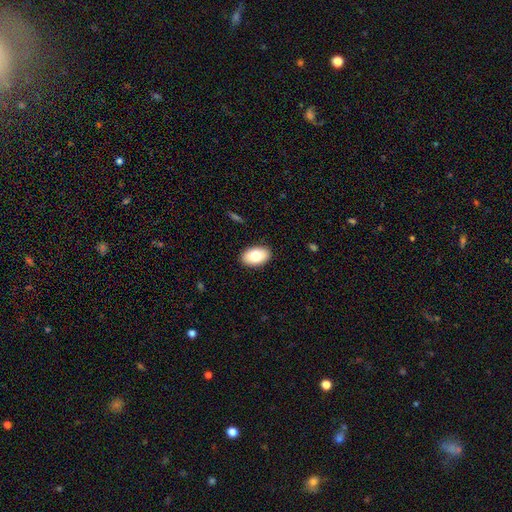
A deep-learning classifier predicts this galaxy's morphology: A smooth galaxy with no disk features (80%) that is in between round and cigar-shaped (93%). Merging: none (89%).